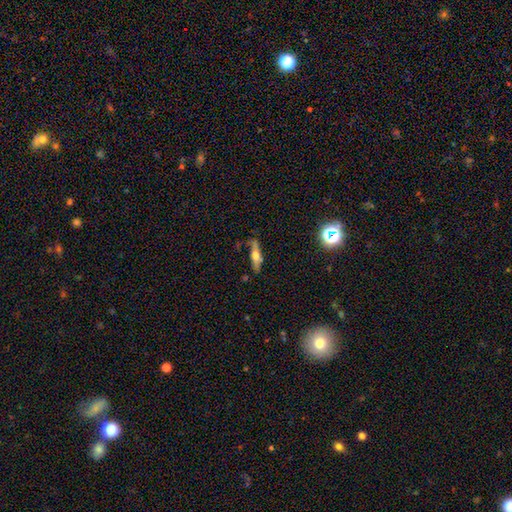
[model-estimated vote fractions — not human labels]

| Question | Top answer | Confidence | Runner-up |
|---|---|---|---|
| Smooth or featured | smooth | 47% | featured or disk (45%) |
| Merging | none | 70% | minor disturbance (21%) |